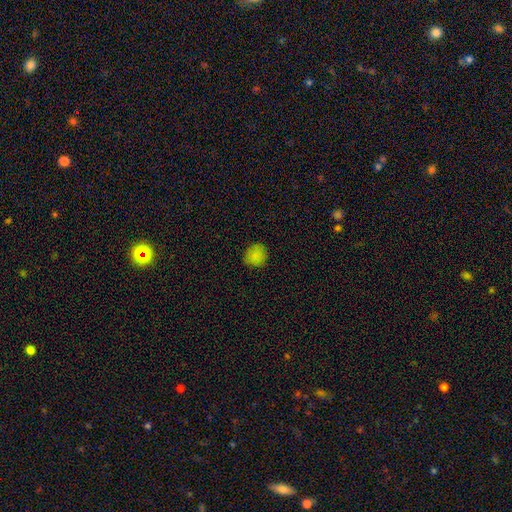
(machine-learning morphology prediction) Smooth or featured: smooth — 83% (star or artifact — 12%)
How rounded: round — 84% (in between — 15%)
Merging: none — 86% (minor disturbance — 11%)